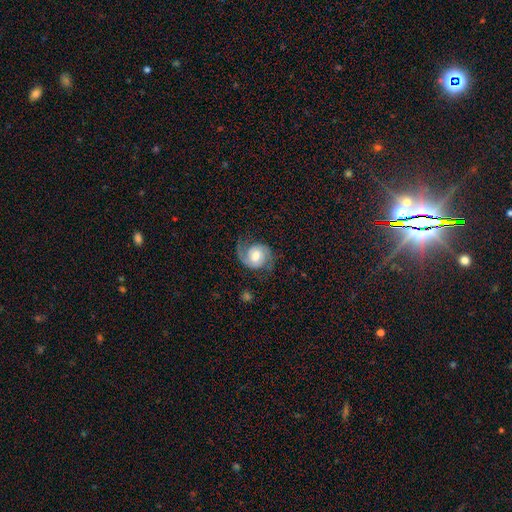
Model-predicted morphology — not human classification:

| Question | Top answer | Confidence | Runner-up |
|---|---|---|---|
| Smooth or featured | featured or disk | 81% | smooth (13%) |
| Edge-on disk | no | 98% | yes (2%) |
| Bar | no | 51% | weak (39%) |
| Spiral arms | yes | 96% | no (4%) |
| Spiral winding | medium | 45% | tight (36%) |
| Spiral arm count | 2 | 80% | 1 (12%) |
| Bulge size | moderate | 68% | large (16%) |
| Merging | none | 68% | minor disturbance (19%) |